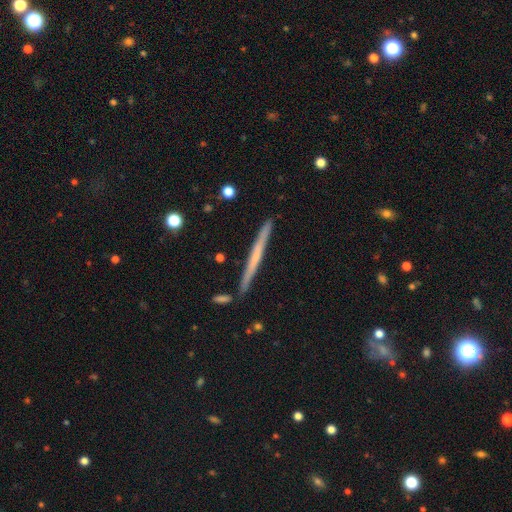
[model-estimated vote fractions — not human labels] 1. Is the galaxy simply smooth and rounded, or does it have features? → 55% featured or disk, 39% smooth, 6% star or artifact.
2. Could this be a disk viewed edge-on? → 97% yes, 3% no.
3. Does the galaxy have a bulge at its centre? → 79% none, 15% rounded, 5% boxy.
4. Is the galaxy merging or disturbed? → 89% none, 7% minor disturbance, 2% merger, 1% major disturbance.